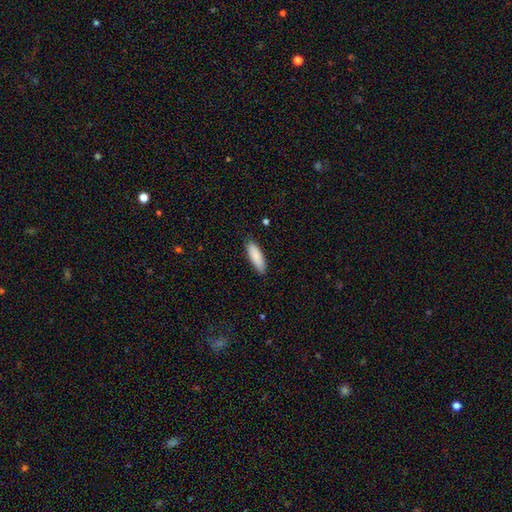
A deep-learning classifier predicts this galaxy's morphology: The model was most divided on "how rounded": in between: 52%, cigar-shaped: 47%, round: 2%. More confident: smooth or featured — smooth (88%); merging — none (87%).